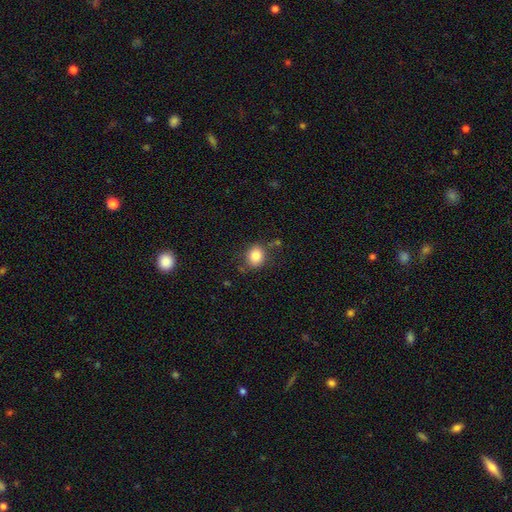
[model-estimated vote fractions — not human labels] A smooth galaxy with no disk features (83%) that is round (67%).

Vote fractions:
- Smooth or featured? smooth: 83% / star or artifact: 10% / featured or disk: 7%
- How rounded? round: 67% / in between: 32% / cigar-shaped: 1%
- Merging? none: 78% / minor disturbance: 14% / major disturbance: 4% / merger: 4%